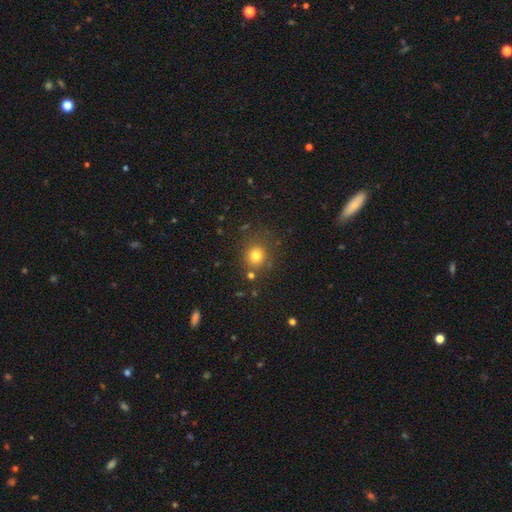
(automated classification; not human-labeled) Smooth or featured? smooth (78%)
How rounded? round (84%)
Merging? none (78%)